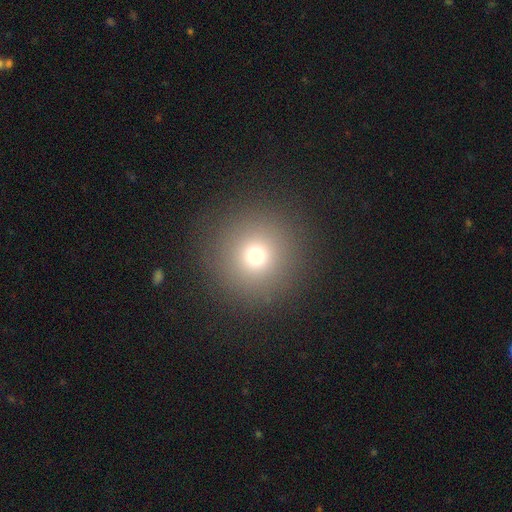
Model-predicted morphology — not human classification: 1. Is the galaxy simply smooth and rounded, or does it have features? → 72% smooth, 18% star or artifact, 10% featured or disk.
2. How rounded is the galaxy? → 96% round, 3% in between, 1% cigar-shaped.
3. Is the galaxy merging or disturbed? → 90% none, 6% minor disturbance, 3% major disturbance, 1% merger.